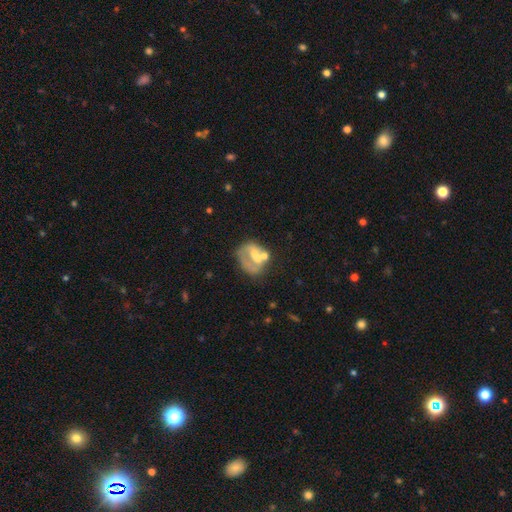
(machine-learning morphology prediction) featured or disk 51%, smooth 39%, star or artifact 10%. Down the decision tree: edge-on disk — no (97%); merging — none (33%).